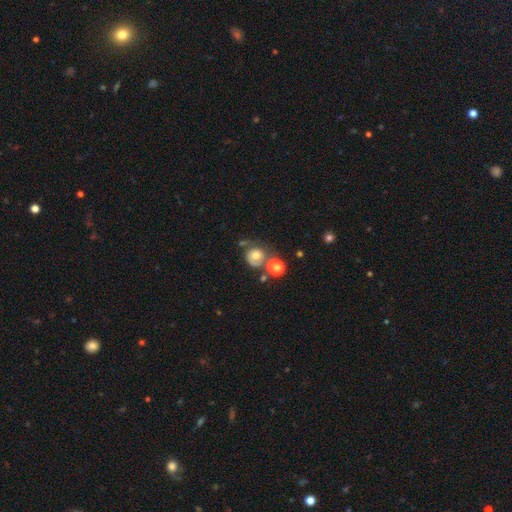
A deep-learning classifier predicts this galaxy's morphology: Smooth or featured? smooth (51%)
How rounded? round (78%)
Merging? none (41%)